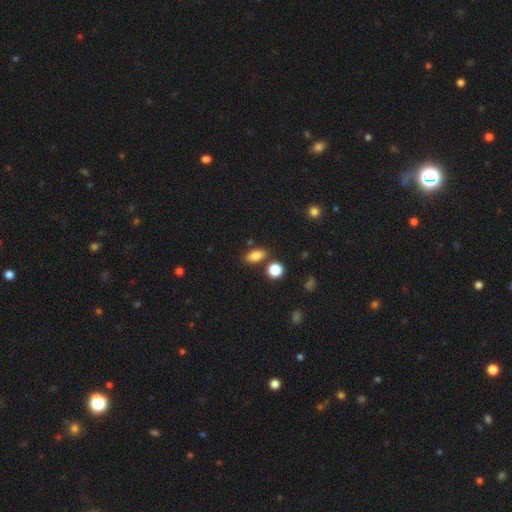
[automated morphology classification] smooth 83%, star or artifact 11%, featured or disk 7%. Down the decision tree: how rounded — in between (82%); merging — none (77%).